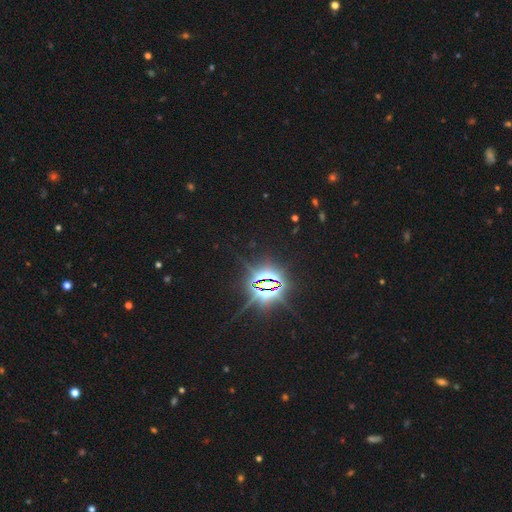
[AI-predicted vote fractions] Morphology: type=star or artifact (87%).